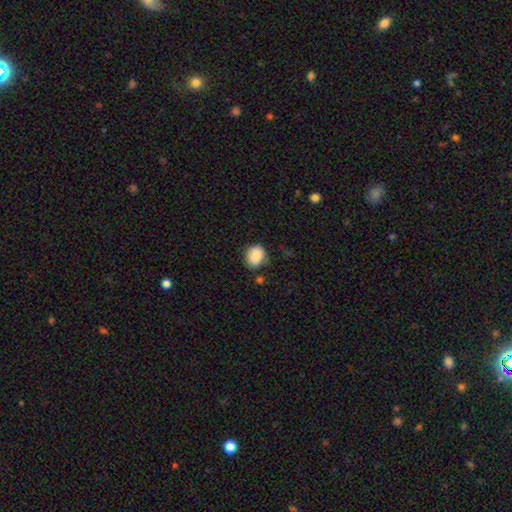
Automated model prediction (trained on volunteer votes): A smooth galaxy with no disk features (88%) that is round (52%).

Vote fractions:
- Smooth or featured? smooth: 88% / star or artifact: 8% / featured or disk: 4%
- How rounded? round: 52% / in between: 47% / cigar-shaped: 1%
- Merging? none: 74% / minor disturbance: 18% / major disturbance: 4% / merger: 3%